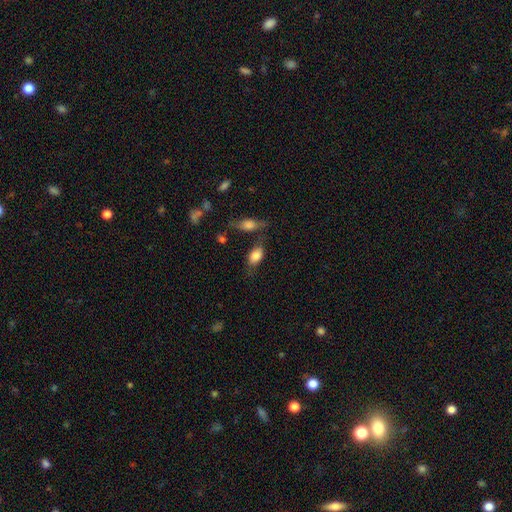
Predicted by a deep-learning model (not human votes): smooth_or_featured: smooth (p=0.80) [alt: featured or disk p=0.12]
how_rounded: in between (p=0.88) [alt: round p=0.09]
merging: none (p=0.63) [alt: minor disturbance p=0.21]